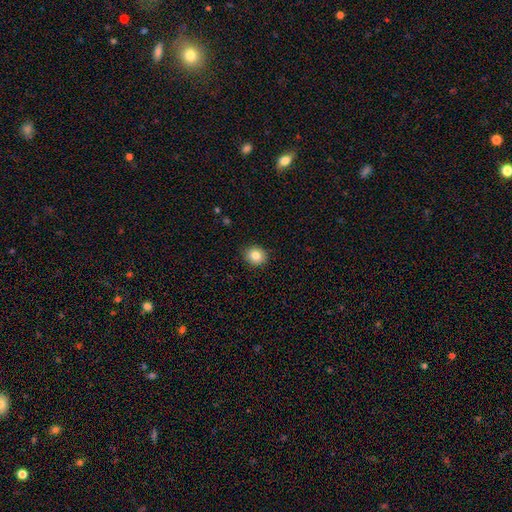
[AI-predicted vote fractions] Smooth or featured? Predicted: smooth (p=0.83). How rounded? Predicted: round (p=0.74). Merging? Predicted: none (p=0.89).